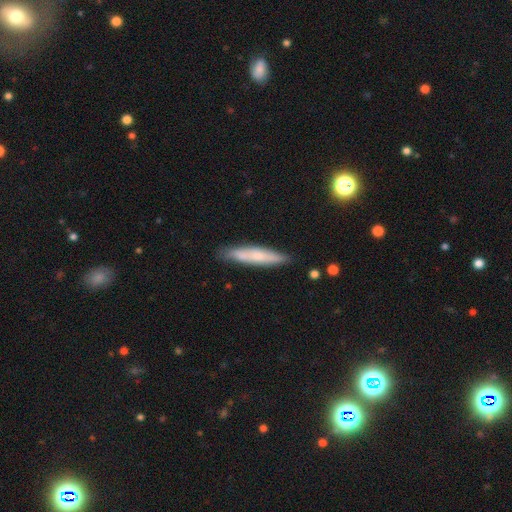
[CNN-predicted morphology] smooth 60%, featured or disk 33%, star or artifact 7%. Down the decision tree: how rounded — cigar-shaped (88%); merging — none (83%).